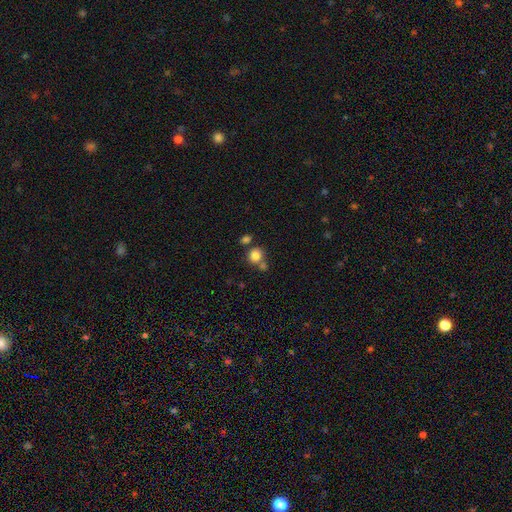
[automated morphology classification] This appears to be a smooth galaxy with no disk features (82%) that is round (84%). Merging: none (59%).